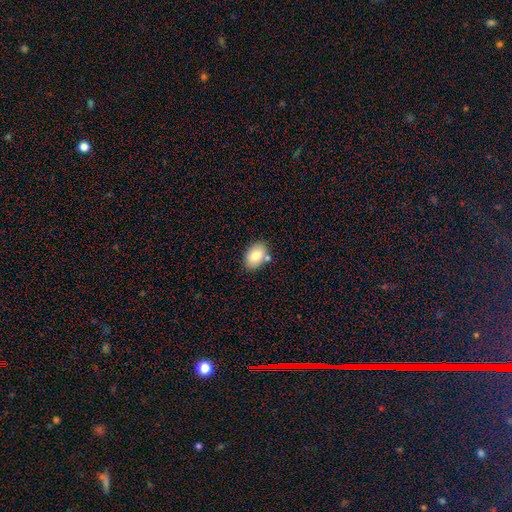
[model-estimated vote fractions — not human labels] This is clearly a smooth galaxy (82%). How rounded: clearly in between (86%). Merging: likely none (74%).